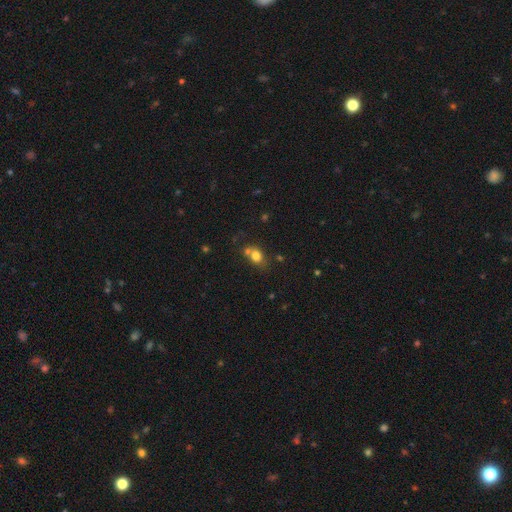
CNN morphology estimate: smooth_or_featured: smooth (p=0.76) [alt: star or artifact p=0.13]
how_rounded: round (p=0.53) [alt: in between p=0.45]
merging: none (p=0.47) [alt: merger p=0.31]